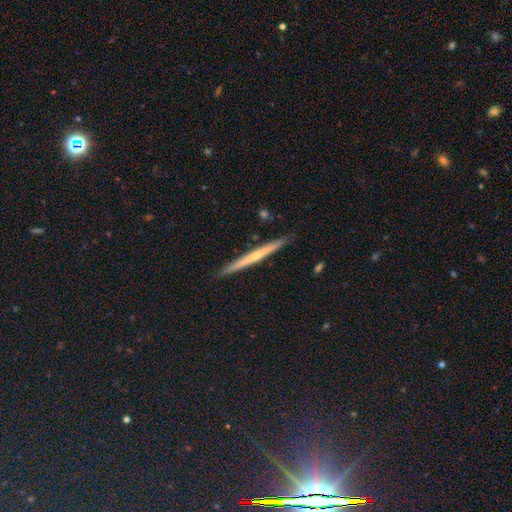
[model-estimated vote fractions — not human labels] Morphology: type=featured or disk (63%); edge-on=yes (97%); edge-on bulge=rounded (51%); merging=none (90%).